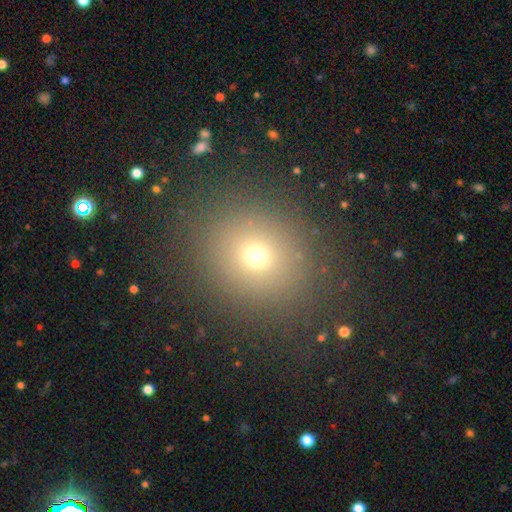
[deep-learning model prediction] A smooth galaxy with no disk features (66%) that is round (79%). Merging: none (88%).